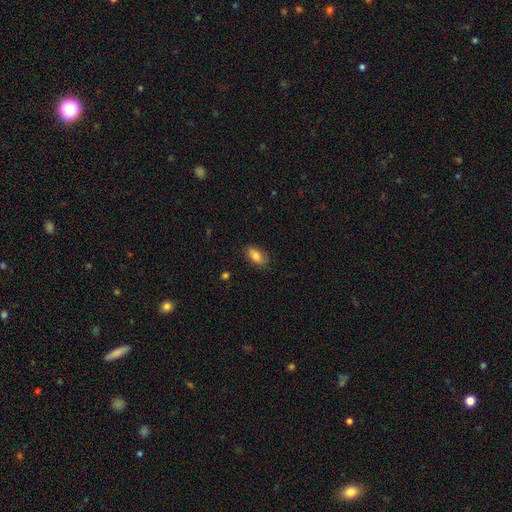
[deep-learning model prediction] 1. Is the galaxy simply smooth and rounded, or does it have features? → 81% smooth, 12% featured or disk, 7% star or artifact.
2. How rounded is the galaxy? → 91% in between, 5% round, 4% cigar-shaped.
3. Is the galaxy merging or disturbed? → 83% none, 13% minor disturbance, 3% major disturbance, 1% merger.